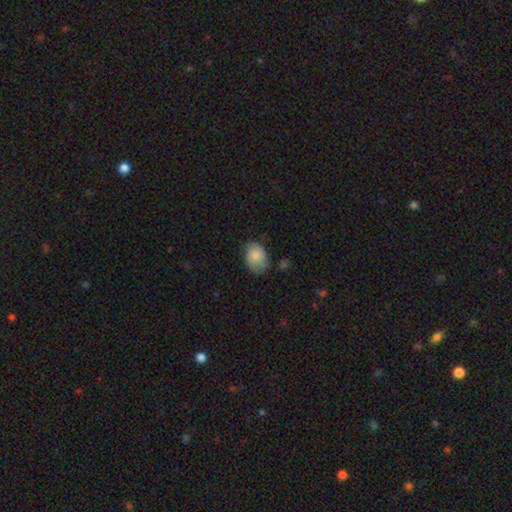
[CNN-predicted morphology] This appears to be a smooth galaxy with no disk features (76%) that is in between round and cigar-shaped (73%). Merging: none (61%).